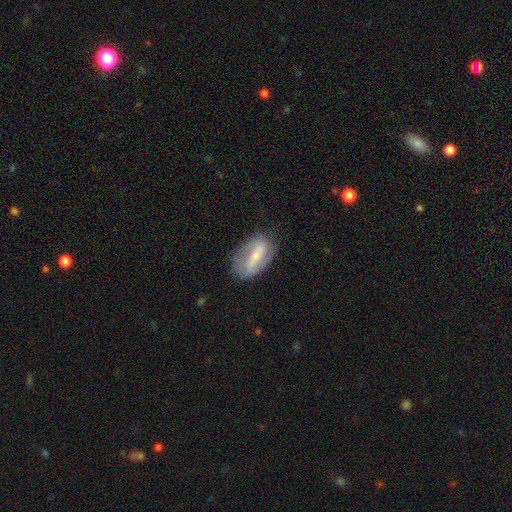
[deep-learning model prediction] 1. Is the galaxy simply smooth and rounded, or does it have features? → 64% featured or disk, 30% smooth, 7% star or artifact.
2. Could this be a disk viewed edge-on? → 91% no, 9% yes.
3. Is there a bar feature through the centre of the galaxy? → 54% strong, 29% weak, 17% no.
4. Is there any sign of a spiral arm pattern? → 73% yes, 27% no.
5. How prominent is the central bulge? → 62% small, 31% moderate, 4% none, 2% large, 1% dominant.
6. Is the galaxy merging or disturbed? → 73% none, 19% minor disturbance, 7% major disturbance, 1% merger.